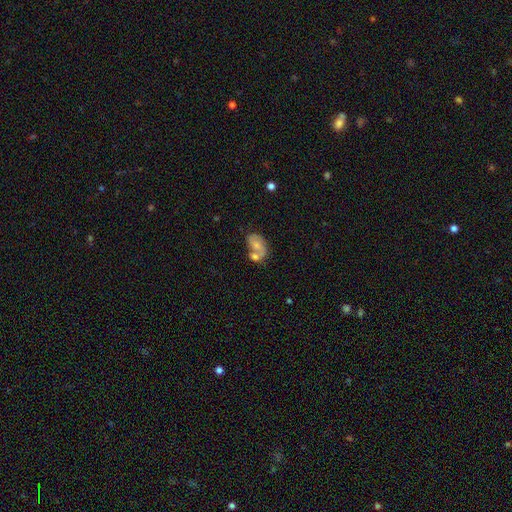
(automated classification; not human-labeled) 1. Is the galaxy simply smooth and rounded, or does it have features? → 47% smooth, 44% featured or disk, 9% star or artifact.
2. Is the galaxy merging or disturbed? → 57% merger, 22% none, 12% minor disturbance, 9% major disturbance.